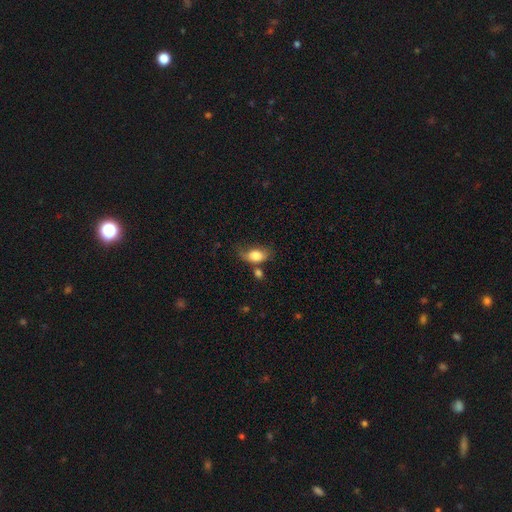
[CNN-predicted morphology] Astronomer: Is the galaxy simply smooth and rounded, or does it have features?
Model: smooth — 80%.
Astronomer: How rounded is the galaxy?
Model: in between — 88%.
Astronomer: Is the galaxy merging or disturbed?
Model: none — 40% (runner-up: minor disturbance, 30%).